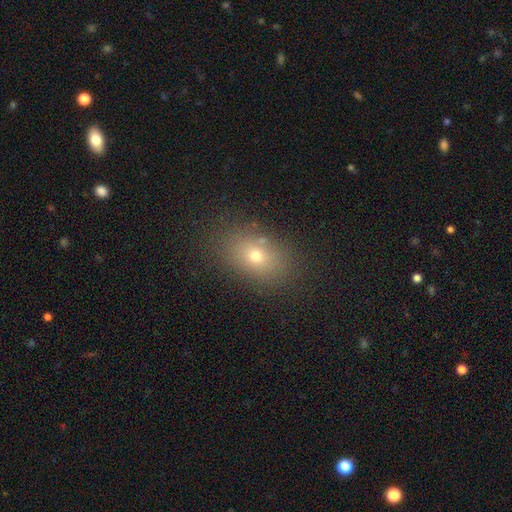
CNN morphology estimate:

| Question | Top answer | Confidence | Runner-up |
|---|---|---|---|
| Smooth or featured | smooth | 66% | star or artifact (19%) |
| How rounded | in between | 70% | round (28%) |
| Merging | none | 83% | minor disturbance (10%) |